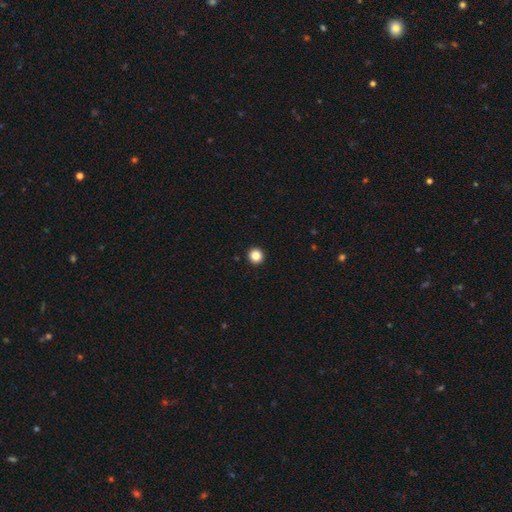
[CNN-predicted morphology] Q: Smooth or featured?
A: smooth (85%); runner-up: star or artifact (11%)
Q: How rounded?
A: round (95%); runner-up: in between (4%)
Q: Merging?
A: none (94%); runner-up: minor disturbance (4%)